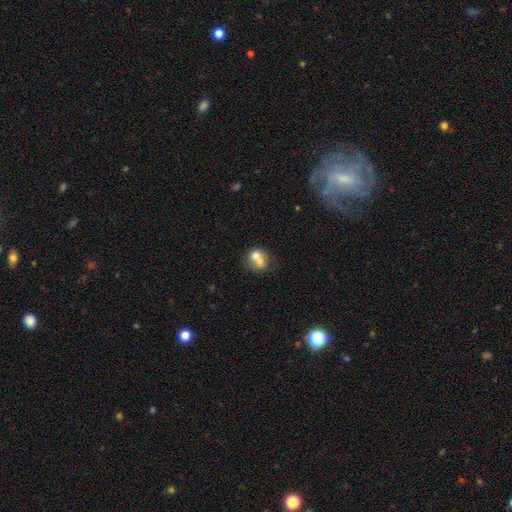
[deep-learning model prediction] smooth_or_featured: smooth (p=0.63) [alt: featured or disk p=0.27]
how_rounded: round (p=0.72) [alt: in between p=0.27]
merging: merger (p=0.59) [alt: none p=0.29]